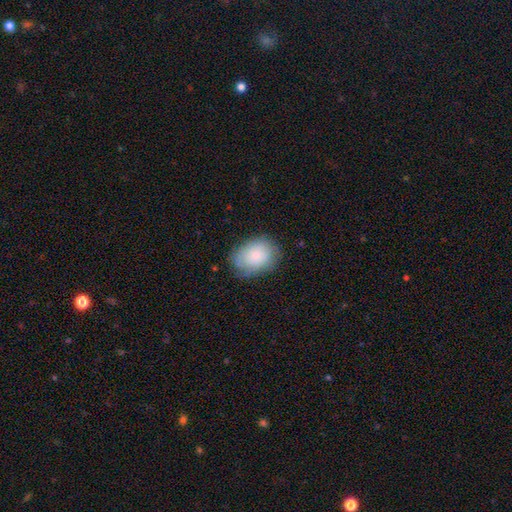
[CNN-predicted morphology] Smooth or featured? smooth (71%)
How rounded? in between (70%)
Merging? none (69%)